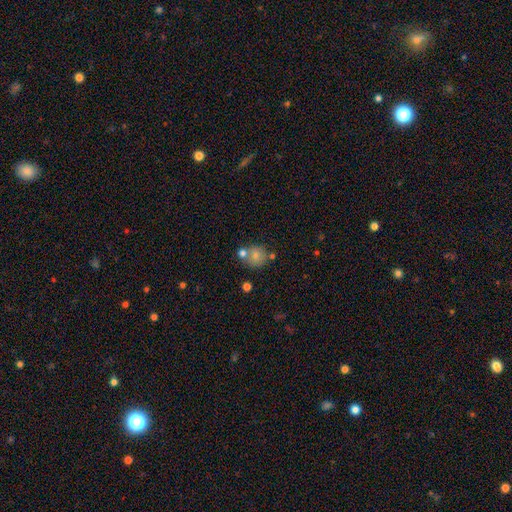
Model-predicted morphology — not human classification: Smooth or featured? smooth (73%)
How rounded? round (82%)
Merging? none (57%)